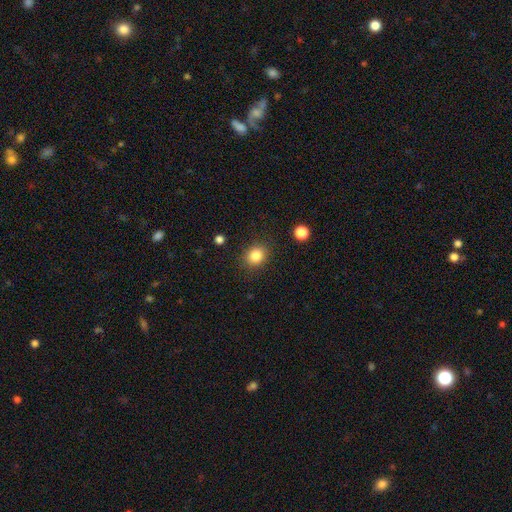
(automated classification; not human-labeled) smooth-or-featured: smooth: 84% | star or artifact: 11% | featured or disk: 5%
  how-rounded: round: 71% | in between: 28% | cigar-shaped: 1%
  merging: none: 87% | minor disturbance: 9% | major disturbance: 3% | merger: 2%